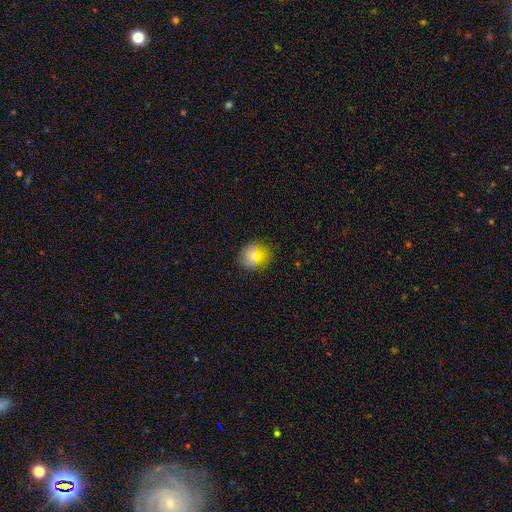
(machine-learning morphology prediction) This appears to be a smooth galaxy with no disk features (65%) that is round (77%). Merging: none (83%).